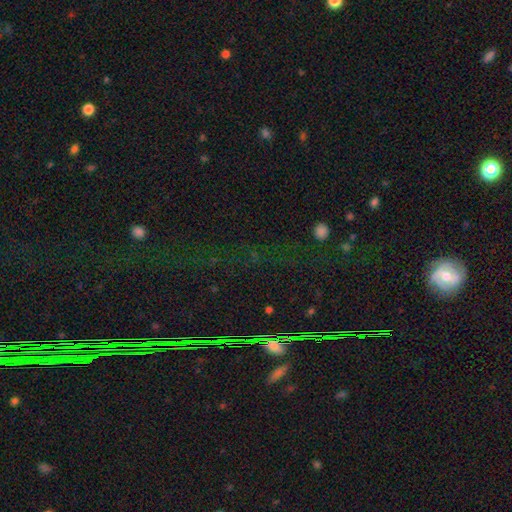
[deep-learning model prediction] This is likely a star or artifact rather than a galaxy (79%).